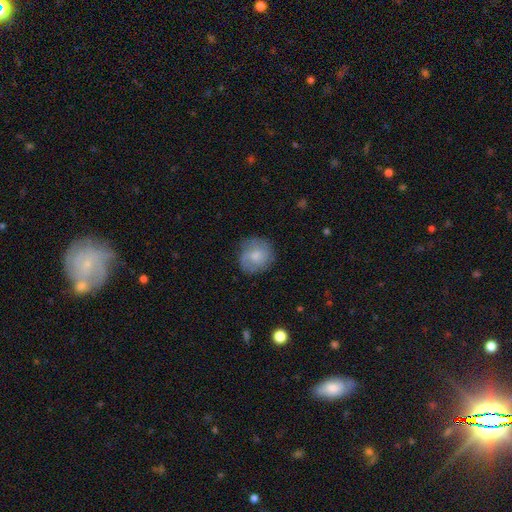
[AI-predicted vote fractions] The model was most divided on "smooth or featured": smooth: 61%, featured or disk: 32%, star or artifact: 7%. More confident: how rounded — round (85%); merging — none (74%).